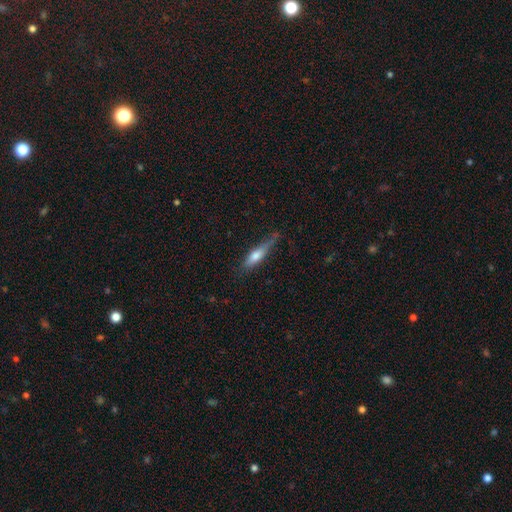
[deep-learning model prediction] A smooth galaxy with no disk features (65%) that is cigar-shaped (71%).

Vote fractions:
- Smooth or featured? smooth: 65% / featured or disk: 29% / star or artifact: 6%
- How rounded? cigar-shaped: 71% / in between: 27% / round: 2%
- Merging? none: 60% / minor disturbance: 29% / major disturbance: 8% / merger: 3%